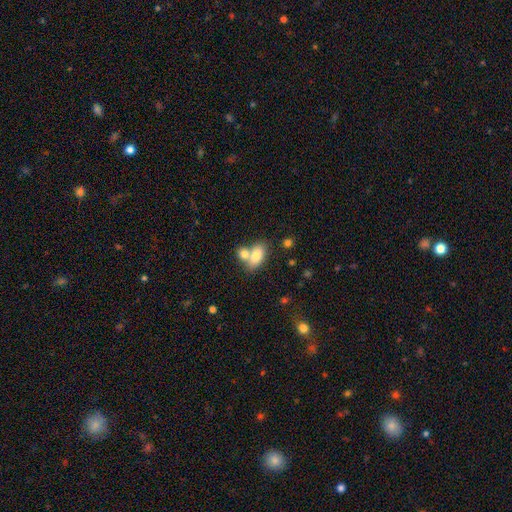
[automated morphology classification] A smooth galaxy with no disk features (79%) that is in between round and cigar-shaped (87%).

Vote fractions:
- Smooth or featured? smooth: 79% / featured or disk: 13% / star or artifact: 8%
- How rounded? in between: 87% / round: 8% / cigar-shaped: 4%
- Merging? merger: 46% / none: 39% / minor disturbance: 10% / major disturbance: 4%